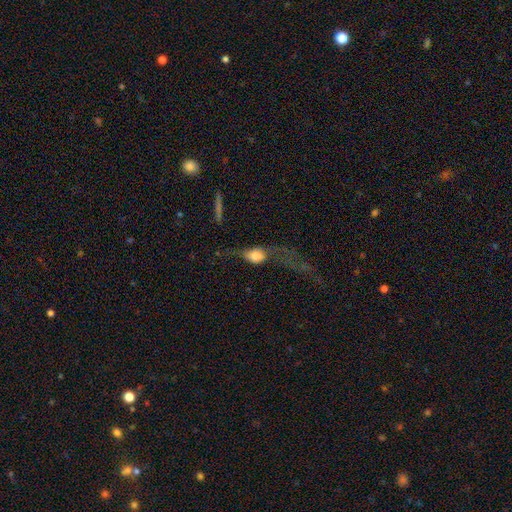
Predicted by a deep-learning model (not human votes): Q: Smooth or featured?
A: smooth (54%); runner-up: featured or disk (37%)
Q: How rounded?
A: in between (68%); runner-up: round (22%)
Q: Merging?
A: major disturbance (55%); runner-up: none (22%)